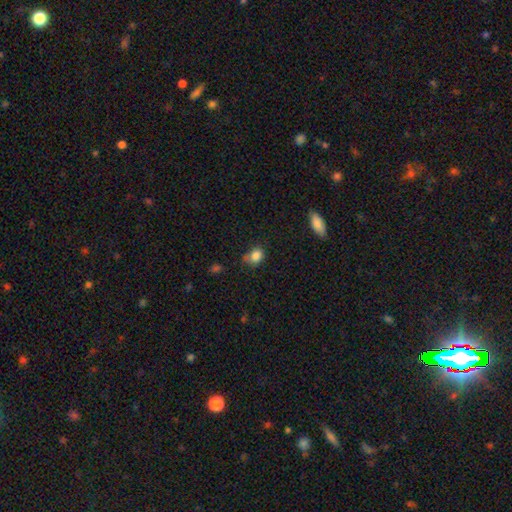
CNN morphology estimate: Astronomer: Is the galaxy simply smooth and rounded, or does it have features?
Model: smooth — 84%.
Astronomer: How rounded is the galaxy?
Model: round — 52% (runner-up: in between, 47%).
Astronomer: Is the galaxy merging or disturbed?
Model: none — 56%.